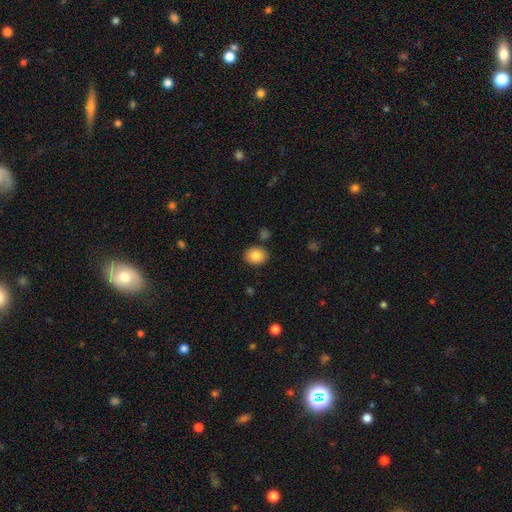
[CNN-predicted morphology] smooth-or-featured: smooth: 86% | star or artifact: 8% | featured or disk: 6%
  how-rounded: round: 53% | in between: 46% | cigar-shaped: 1%
  merging: none: 84% | minor disturbance: 10% | merger: 4% | major disturbance: 3%